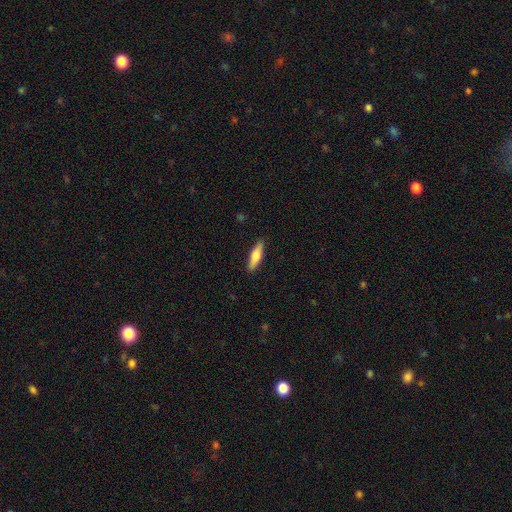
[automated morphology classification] smooth 63%, featured or disk 31%, star or artifact 6%. Down the decision tree: how rounded — cigar-shaped (65%); merging — none (88%).